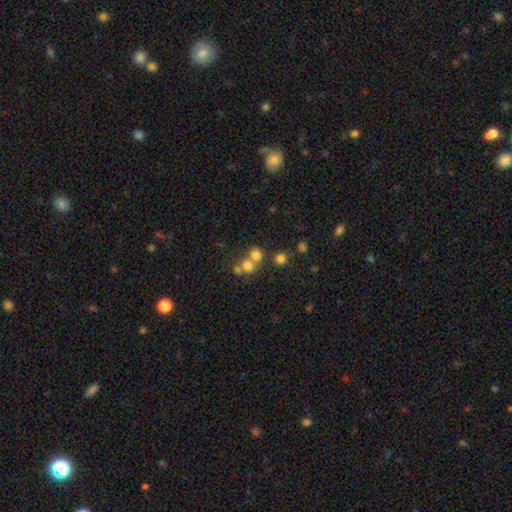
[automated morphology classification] This is likely a smooth galaxy (70%). How rounded: likely round (80%). Merging: possibly merger (46%).